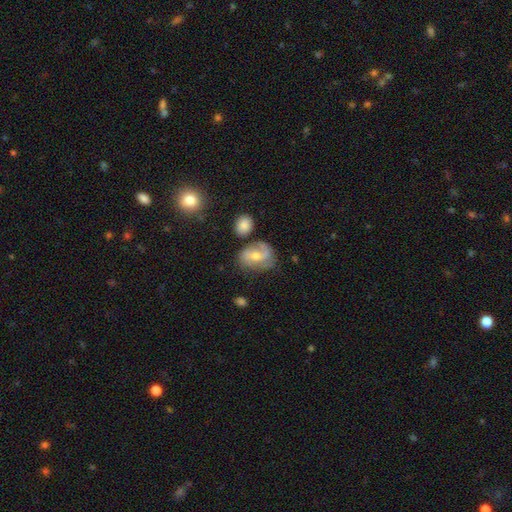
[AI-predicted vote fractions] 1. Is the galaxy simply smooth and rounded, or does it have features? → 59% featured or disk, 33% smooth, 8% star or artifact.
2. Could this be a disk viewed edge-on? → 96% no, 4% yes.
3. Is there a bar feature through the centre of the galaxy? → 45% no, 41% weak, 14% strong.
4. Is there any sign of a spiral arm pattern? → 81% yes, 19% no.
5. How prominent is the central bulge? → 58% moderate, 35% small, 3% large, 2% none, 1% dominant.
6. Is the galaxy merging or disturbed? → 54% none, 25% minor disturbance, 13% major disturbance, 9% merger.